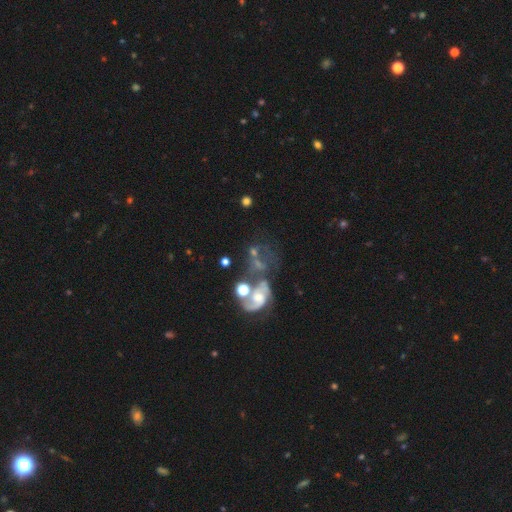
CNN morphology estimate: smooth_or_featured: featured or disk (p=0.57) [alt: smooth p=0.23]
disk_edge_on: no (p=0.96) [alt: yes p=0.04]
bar: no (p=0.71) [alt: weak p=0.21]
has_spiral_arms: yes (p=0.51) [alt: no p=0.49]
bulge_size: moderate (p=0.35) [alt: small p=0.29]
merging: merger (p=0.44) [alt: major disturbance p=0.27]